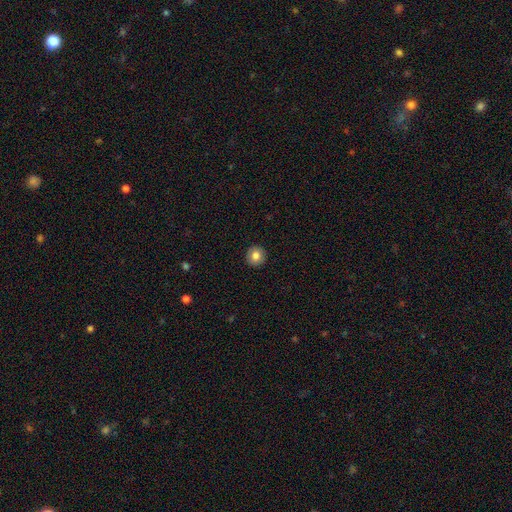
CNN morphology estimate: Smooth or featured: smooth — 82% (featured or disk — 9%)
How rounded: round — 95% (in between — 4%)
Merging: none — 93% (minor disturbance — 5%)